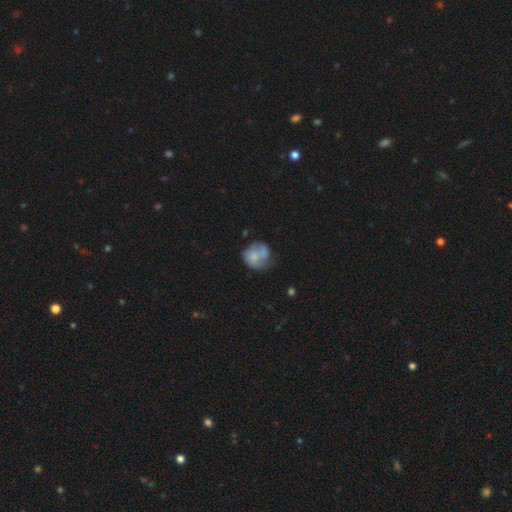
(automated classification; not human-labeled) Overall: smooth (55%; featured or disk 37%). How rounded: round (71%). Merging: none (36%; minor disturbance 26%).